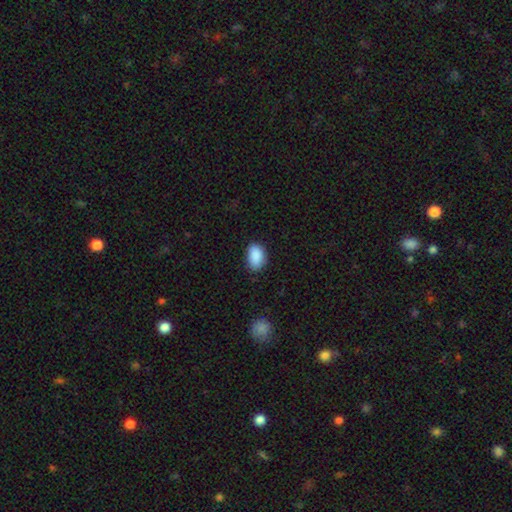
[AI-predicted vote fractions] Smooth or featured?
  - smooth: 89% *
  - star or artifact: 7%
  - featured or disk: 3%
How rounded?
  - in between: 90% *
  - round: 9%
  - cigar-shaped: 1%
Merging?
  - none: 78% *
  - minor disturbance: 18%
  - major disturbance: 3%
  - merger: 1%